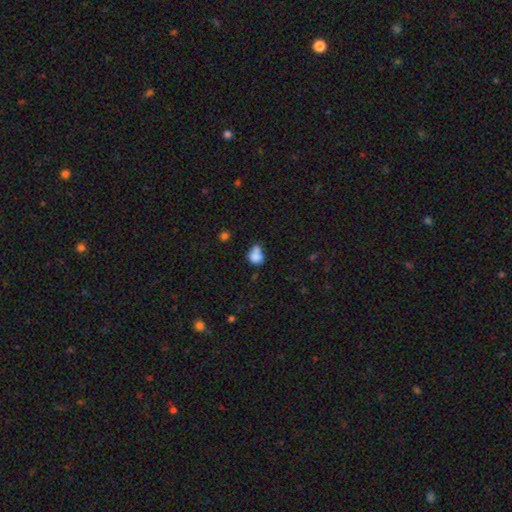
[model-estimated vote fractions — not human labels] Morphology: type=smooth (77%); roundness=in between (51%); merging=merger (48%).